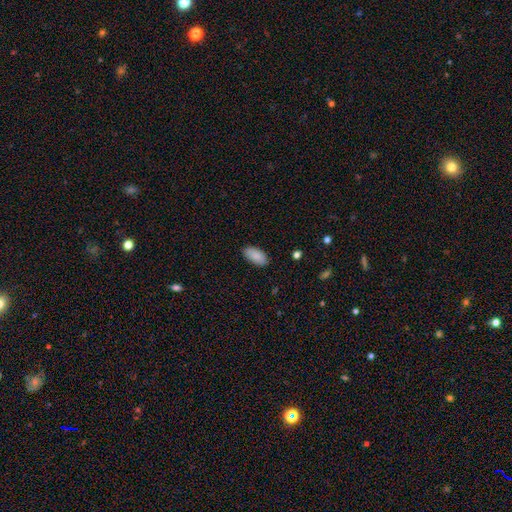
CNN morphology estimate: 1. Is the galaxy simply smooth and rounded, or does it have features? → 89% smooth, 6% star or artifact, 5% featured or disk.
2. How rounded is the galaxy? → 93% in between, 5% cigar-shaped, 2% round.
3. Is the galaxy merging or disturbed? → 87% none, 10% minor disturbance, 2% major disturbance, 1% merger.